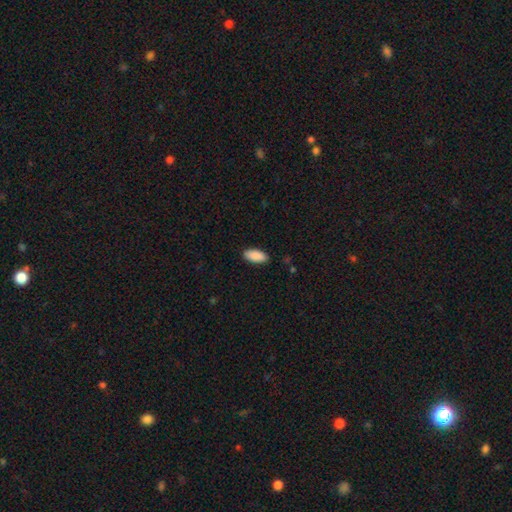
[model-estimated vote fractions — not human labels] Overall: smooth (91%). How rounded: in between (89%). Merging: none (88%).